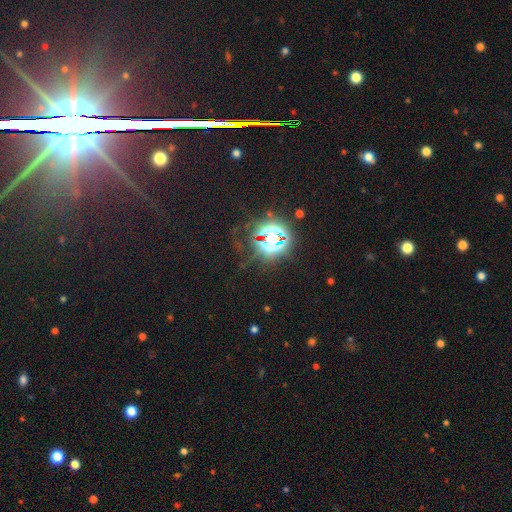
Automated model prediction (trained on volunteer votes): Q: Smooth or featured?
A: star or artifact (81%); runner-up: smooth (12%)